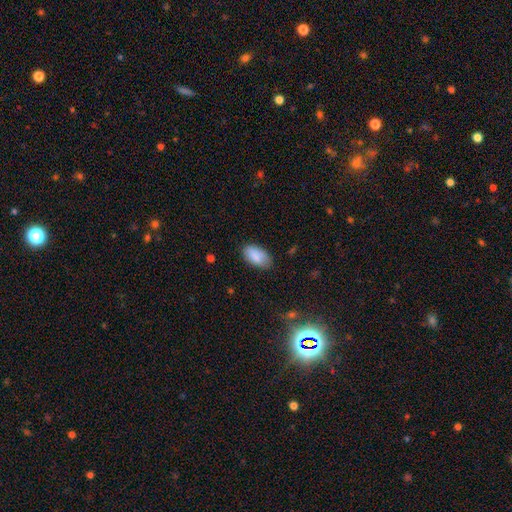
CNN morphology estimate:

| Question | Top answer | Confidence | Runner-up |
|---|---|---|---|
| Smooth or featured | smooth | 87% | featured or disk (7%) |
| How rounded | in between | 94% | round (3%) |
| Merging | none | 79% | minor disturbance (17%) |